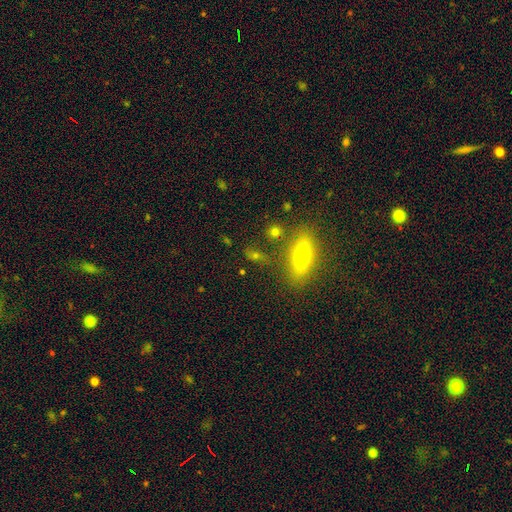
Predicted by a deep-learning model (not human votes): smooth 50%, featured or disk 26%, star or artifact 24%. Down the decision tree: how rounded — in between (41%); merging — none (73%).